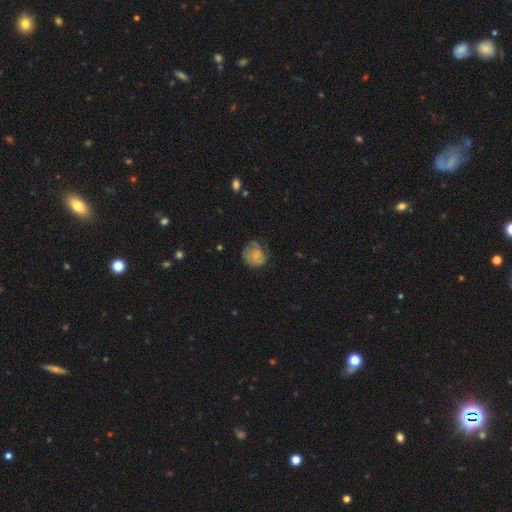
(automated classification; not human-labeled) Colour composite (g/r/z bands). It shows a smooth galaxy with no disk features (49%). Merging: none (52%).